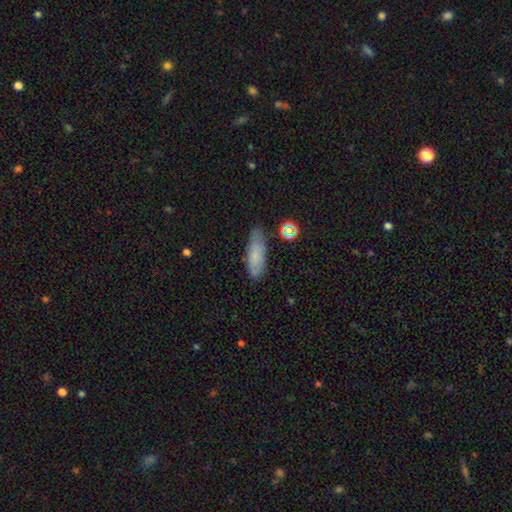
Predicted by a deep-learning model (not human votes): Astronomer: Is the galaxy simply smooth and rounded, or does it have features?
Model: smooth — 74%.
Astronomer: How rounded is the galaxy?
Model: in between — 59% (runner-up: cigar-shaped, 39%).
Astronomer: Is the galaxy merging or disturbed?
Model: none — 71%.